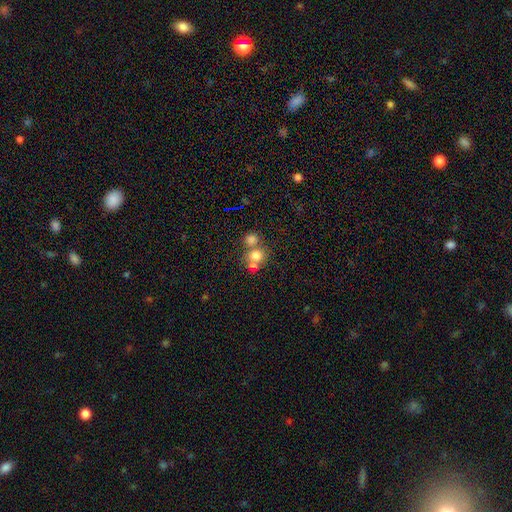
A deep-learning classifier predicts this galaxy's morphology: smooth_or_featured: smooth (p=0.74) [alt: star or artifact p=0.14]
how_rounded: round (p=0.77) [alt: in between p=0.22]
merging: merger (p=0.46) [alt: none p=0.42]